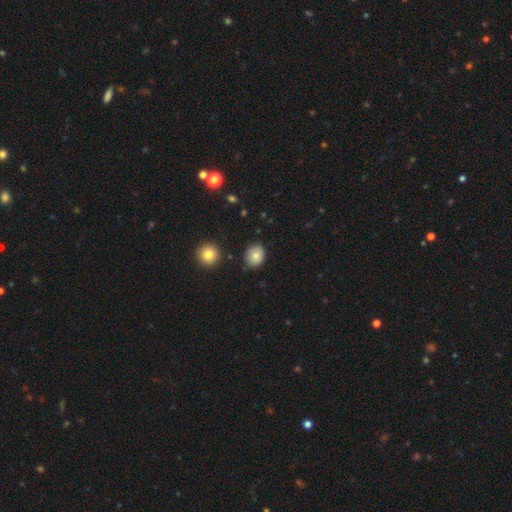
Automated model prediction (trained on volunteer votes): A smooth galaxy with no disk features (83%) that is round (56%).

Vote fractions:
- Smooth or featured? smooth: 83% / star or artifact: 9% / featured or disk: 8%
- How rounded? round: 56% / in between: 44% / cigar-shaped: 1%
- Merging? none: 82% / minor disturbance: 13% / major disturbance: 3% / merger: 2%